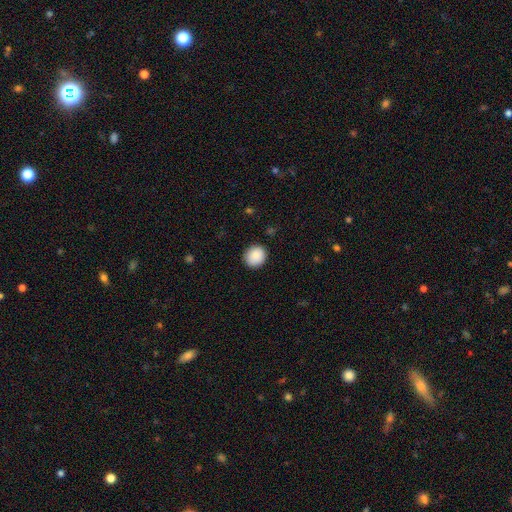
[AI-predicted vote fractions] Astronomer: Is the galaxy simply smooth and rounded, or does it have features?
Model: smooth — 89%.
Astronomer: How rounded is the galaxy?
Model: round — 85%.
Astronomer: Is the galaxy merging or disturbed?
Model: none — 90%.